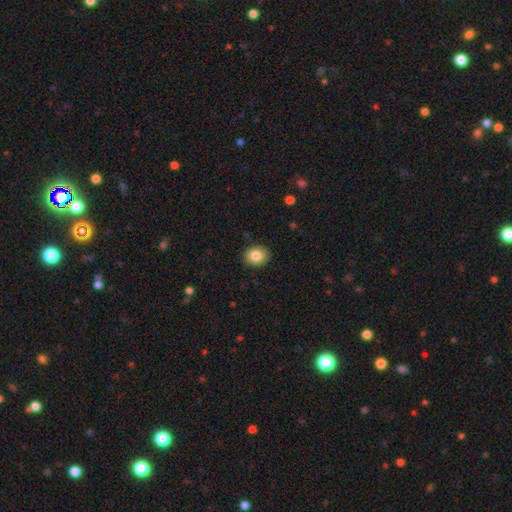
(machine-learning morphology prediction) A smooth galaxy with no disk features (84%) that is round (55%).

Vote fractions:
- Smooth or featured? smooth: 84% / star or artifact: 9% / featured or disk: 7%
- How rounded? round: 55% / in between: 44% / cigar-shaped: 1%
- Merging? none: 89% / minor disturbance: 8% / major disturbance: 2% / merger: 1%